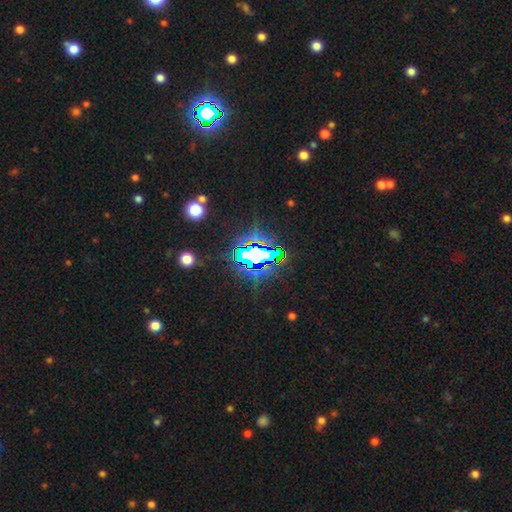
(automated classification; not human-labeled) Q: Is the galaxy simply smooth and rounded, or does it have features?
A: star or artifact — 73%.